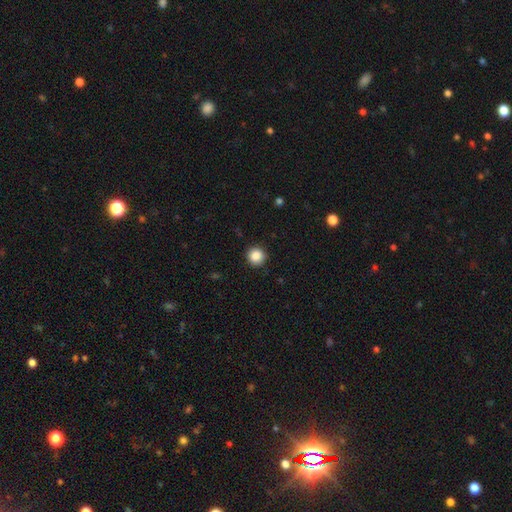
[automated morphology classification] smooth_or_featured: smooth (p=0.87) [alt: star or artifact p=0.10]
how_rounded: round (p=0.94) [alt: in between p=0.05]
merging: none (p=0.92) [alt: minor disturbance p=0.06]